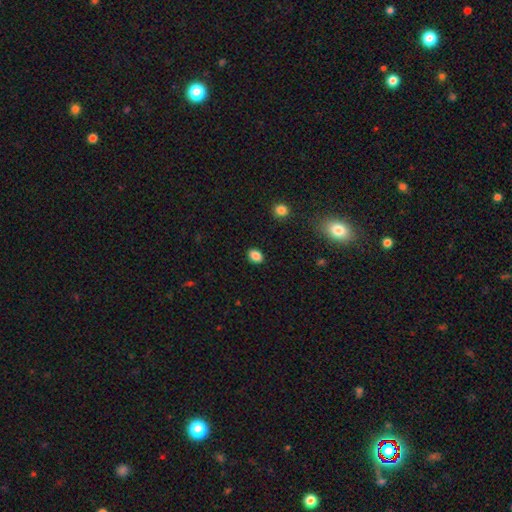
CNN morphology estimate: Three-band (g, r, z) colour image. It shows a smooth galaxy with no disk features (86%) that is in between round and cigar-shaped (67%). Merging: none (90%).